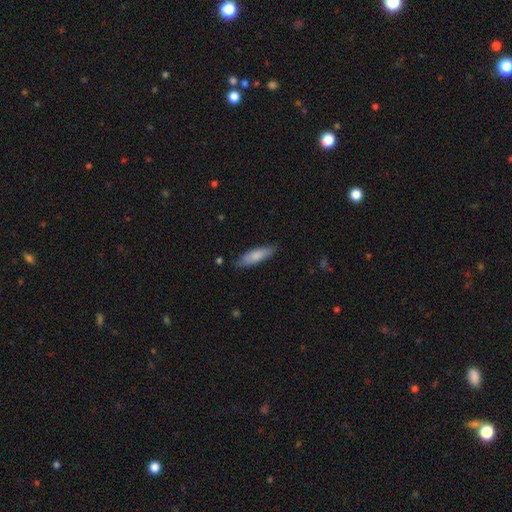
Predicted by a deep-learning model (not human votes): smooth_or_featured: smooth (p=0.79) [alt: featured or disk p=0.16]
how_rounded: cigar-shaped (p=0.57) [alt: in between p=0.41]
merging: none (p=0.81) [alt: minor disturbance p=0.15]